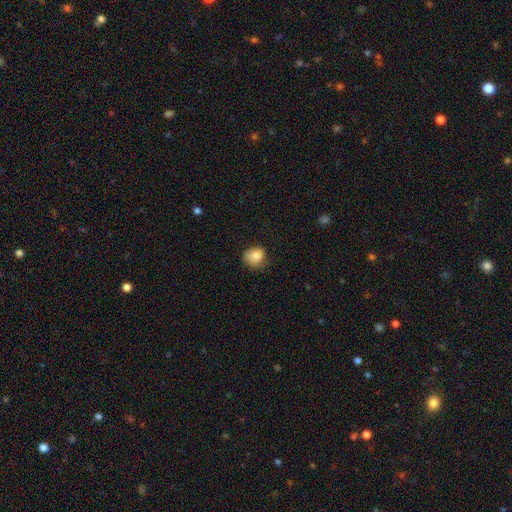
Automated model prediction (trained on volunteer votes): The model was most divided on "how rounded": round: 67%, in between: 32%, cigar-shaped: 1%. More confident: smooth or featured — smooth (83%); merging — none (63%).